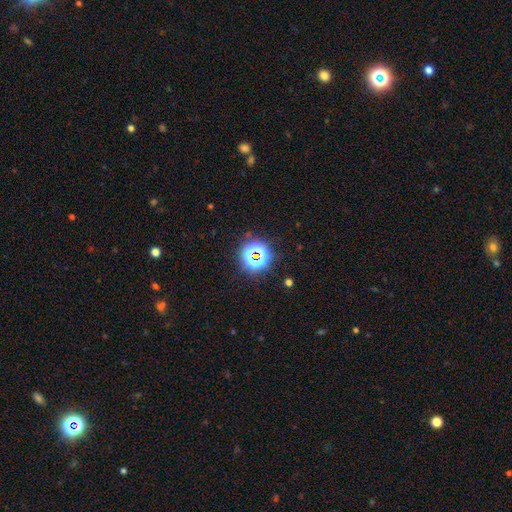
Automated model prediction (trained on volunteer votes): Smooth or featured: star or artifact — 66% (smooth — 24%)